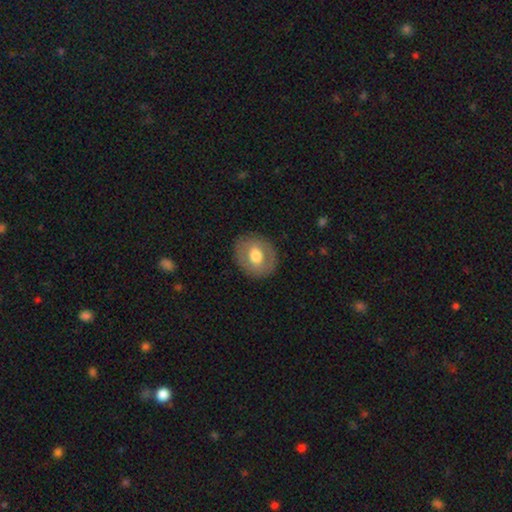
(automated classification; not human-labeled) smooth_or_featured: smooth (p=0.60) [alt: featured or disk p=0.34]
how_rounded: round (p=0.64) [alt: in between p=0.35]
merging: none (p=0.85) [alt: minor disturbance p=0.10]